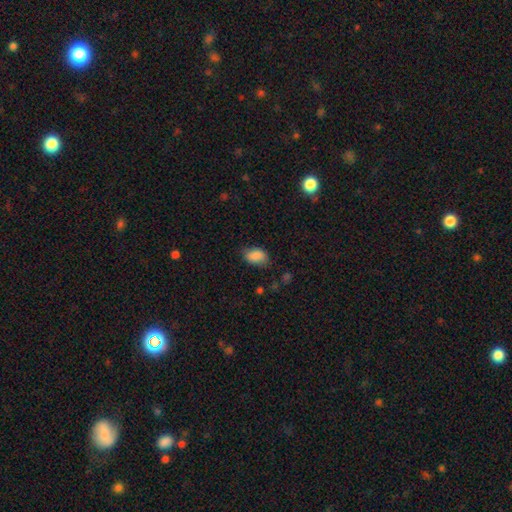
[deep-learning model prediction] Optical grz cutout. It shows a smooth galaxy with no disk features (86%) that is in between round and cigar-shaped (89%). Merging: none (67%).